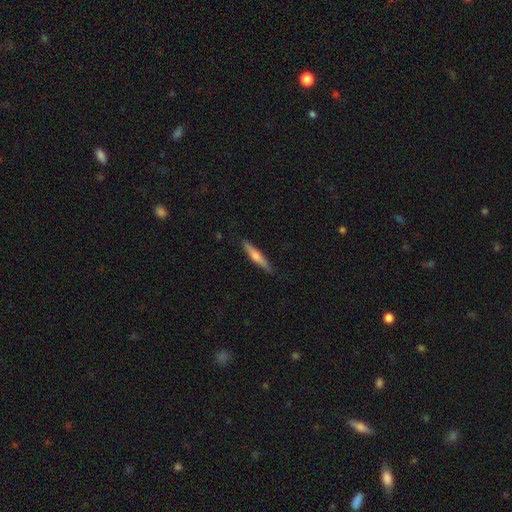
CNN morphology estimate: smooth 54%, featured or disk 40%, star or artifact 6%. Down the decision tree: how rounded — cigar-shaped (92%); merging — none (88%).